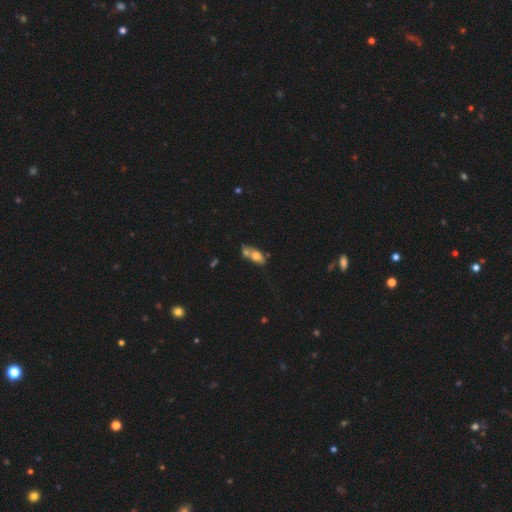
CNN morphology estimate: A smooth galaxy with no disk features (65%) that is in between round and cigar-shaped (75%). Merging: merger (48%).